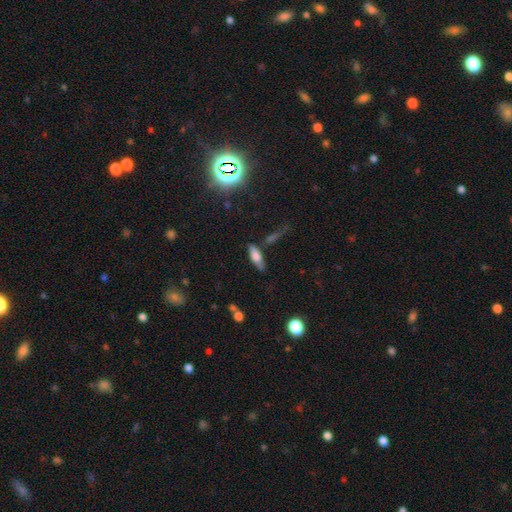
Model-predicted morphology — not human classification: Smooth or featured? Predicted: smooth (p=0.67). How rounded? Predicted: in between (p=0.58). Merging? Predicted: none (p=0.68).